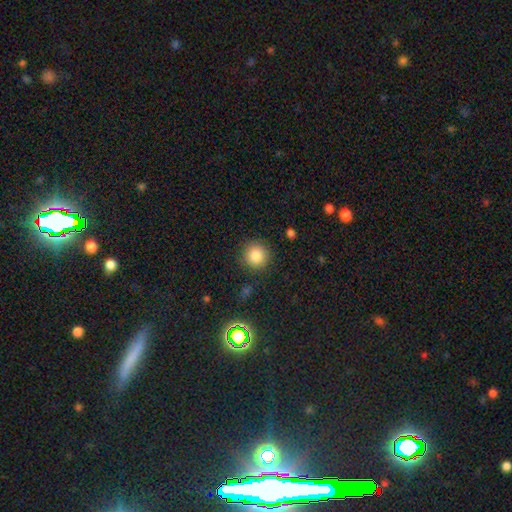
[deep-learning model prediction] Morphology: type=smooth (85%); roundness=round (94%); merging=none (88%).